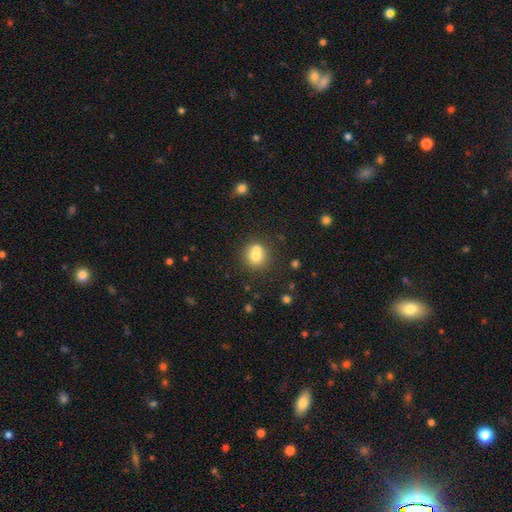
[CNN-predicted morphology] A smooth galaxy with no disk features (71%) that is round (84%). Merging: none (45%).